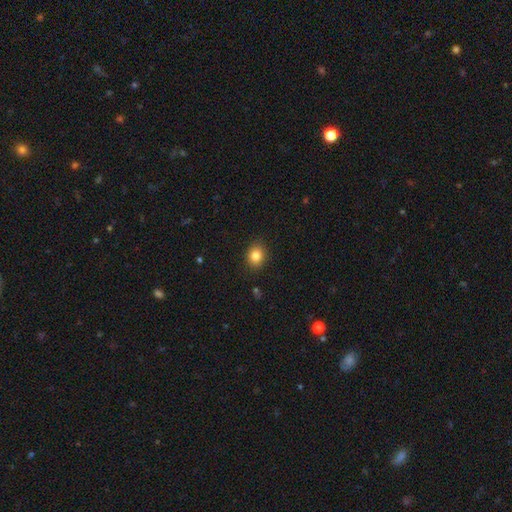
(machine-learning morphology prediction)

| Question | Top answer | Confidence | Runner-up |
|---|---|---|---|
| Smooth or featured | smooth | 83% | star or artifact (11%) |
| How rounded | round | 59% | in between (40%) |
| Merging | none | 88% | minor disturbance (9%) |